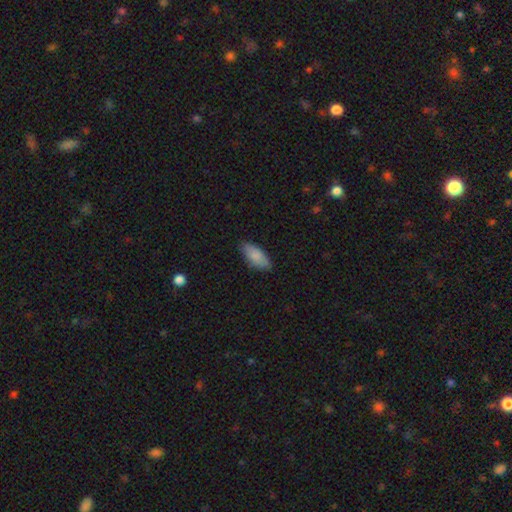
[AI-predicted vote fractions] smooth-or-featured: smooth: 86% | featured or disk: 8% | star or artifact: 6%
  how-rounded: in between: 86% | cigar-shaped: 12% | round: 2%
  merging: none: 83% | minor disturbance: 14% | major disturbance: 2% | merger: 1%